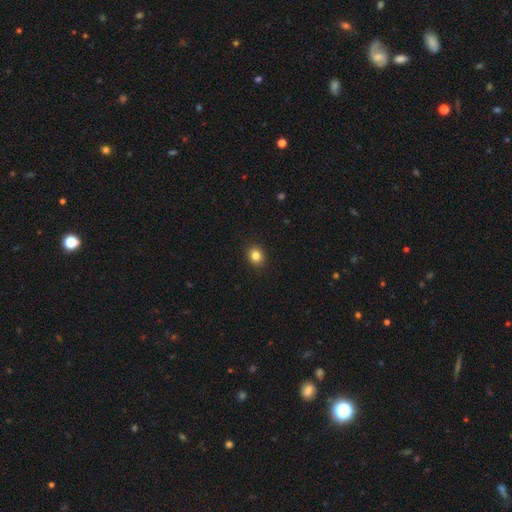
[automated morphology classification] type=smooth (84%); roundness=round (72%); merging=none (92%).